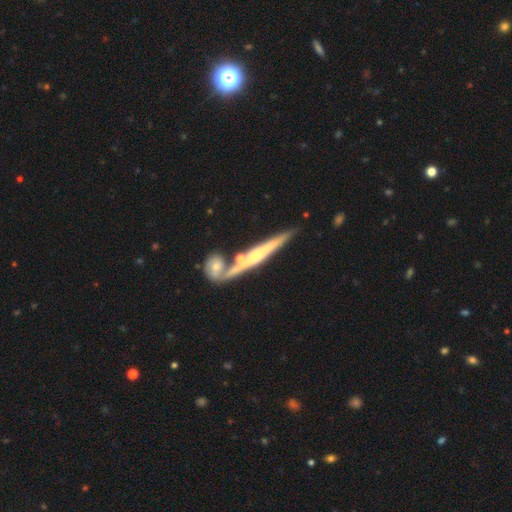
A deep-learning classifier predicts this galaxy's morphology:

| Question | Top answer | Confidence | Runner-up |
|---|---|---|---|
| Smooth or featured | featured or disk | 70% | smooth (24%) |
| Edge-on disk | yes | 94% | no (6%) |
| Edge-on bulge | rounded | 64% | none (27%) |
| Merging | none | 60% | merger (24%) |